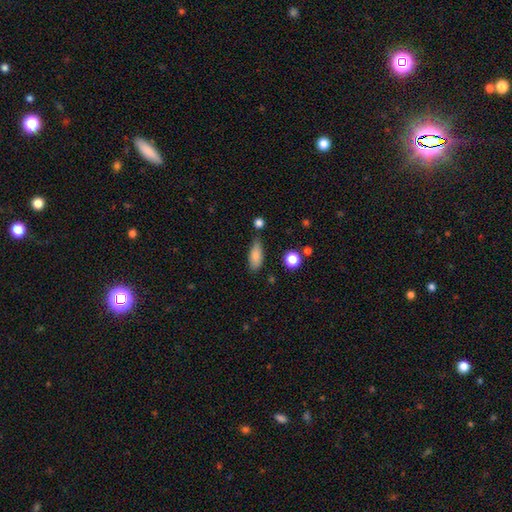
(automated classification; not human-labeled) Smooth or featured? smooth (81%)
How rounded? in between (76%)
Merging? none (69%)